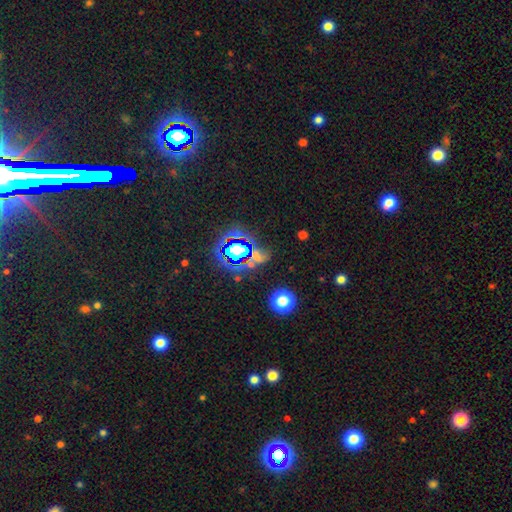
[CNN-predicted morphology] type=star or artifact (65%).